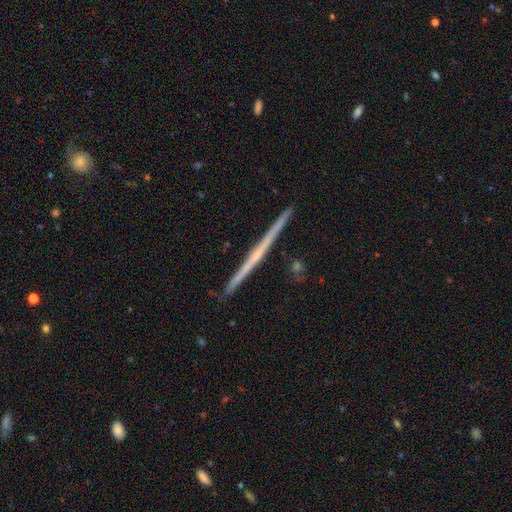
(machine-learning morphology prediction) Smooth or featured? featured or disk (73%)
Edge-on disk? yes (98%)
Edge-on bulge? none (70%)
Merging? none (92%)